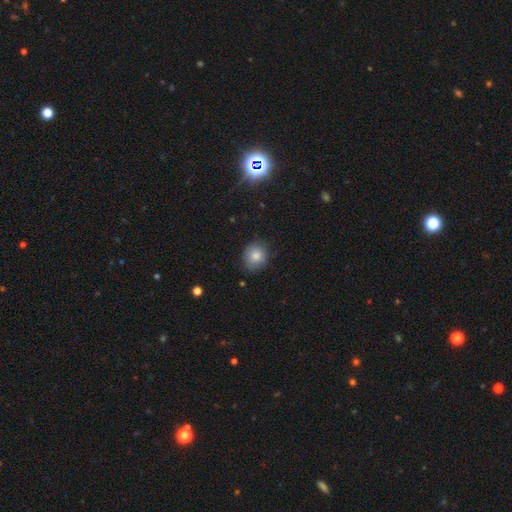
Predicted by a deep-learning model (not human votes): Smooth or featured?
  - smooth: 80% *
  - star or artifact: 10%
  - featured or disk: 9%
How rounded?
  - round: 70% *
  - in between: 29%
  - cigar-shaped: 1%
Merging?
  - none: 80% *
  - minor disturbance: 16%
  - major disturbance: 3%
  - merger: 1%